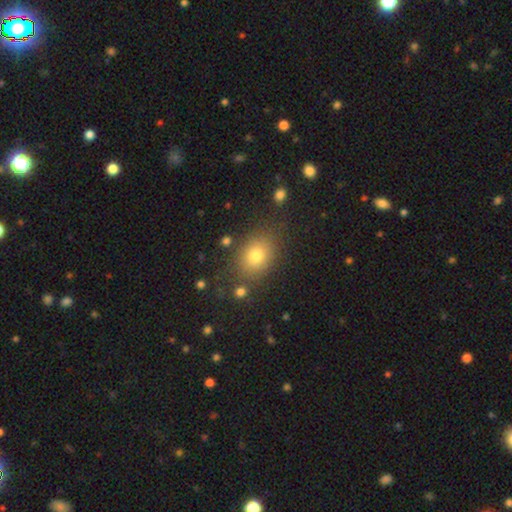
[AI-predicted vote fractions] Smooth or featured? smooth (77%)
How rounded? in between (58%)
Merging? none (81%)